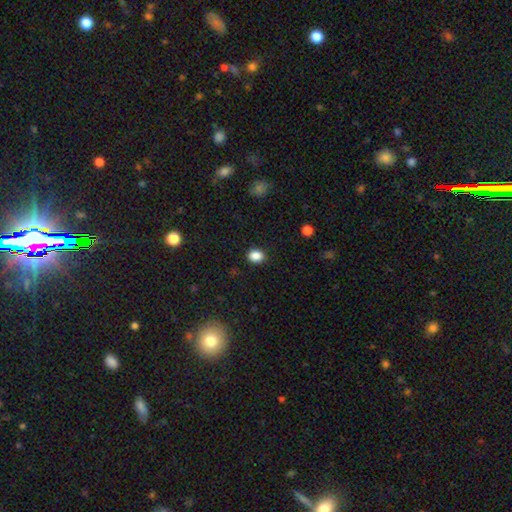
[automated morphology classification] smooth 86%, star or artifact 10%, featured or disk 3%. Down the decision tree: how rounded — in between (51%); merging — none (88%).